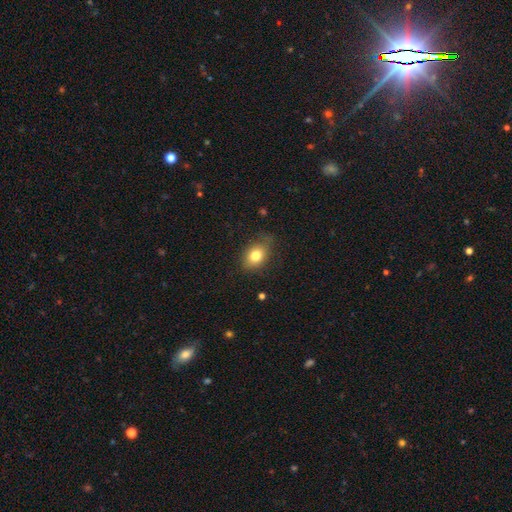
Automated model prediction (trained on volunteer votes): Morphology: type=smooth (79%); roundness=in between (73%); merging=none (73%).